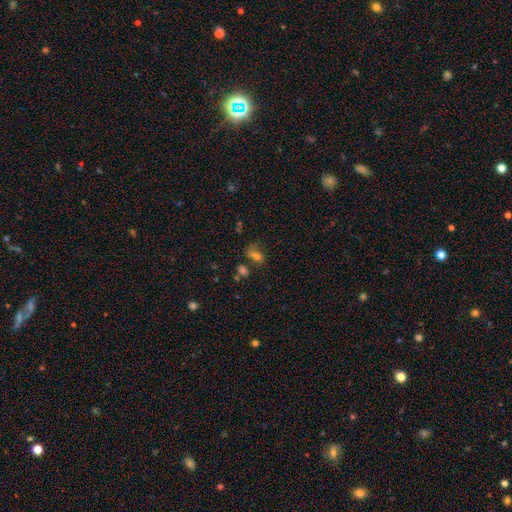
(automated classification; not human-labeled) Smooth or featured?
  - smooth: 55% *
  - star or artifact: 28%
  - featured or disk: 17%
How rounded?
  - in between: 73% *
  - round: 23%
  - cigar-shaped: 4%
Merging?
  - none: 36% *
  - merger: 30%
  - major disturbance: 18%
  - minor disturbance: 16%